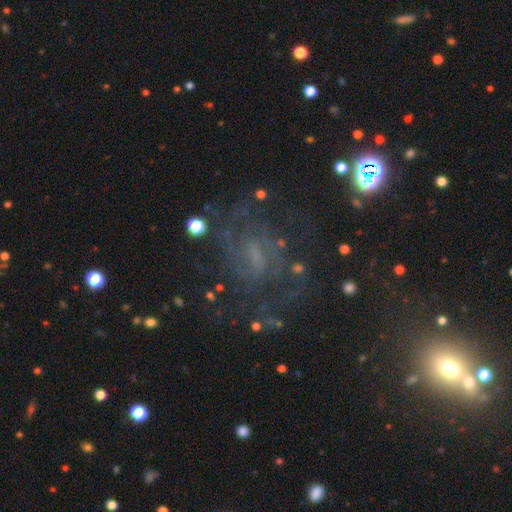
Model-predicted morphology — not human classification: Smooth or featured? Predicted: featured or disk (p=0.61). Edge-on disk? Predicted: no (p=0.96). Bar? Predicted: weak (p=0.50). Spiral arms? Predicted: yes (p=0.78). Bulge size? Predicted: small (p=0.39). Merging? Predicted: none (p=0.62).